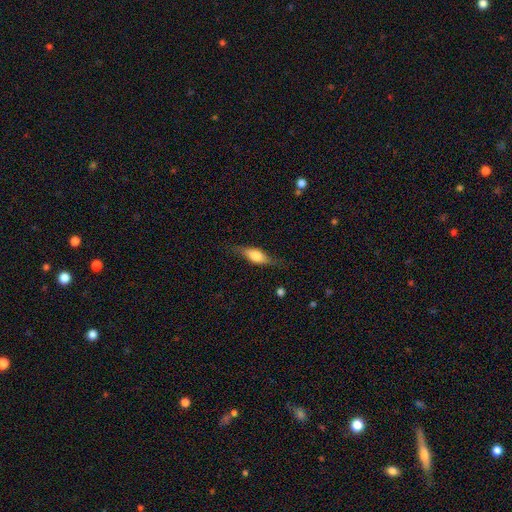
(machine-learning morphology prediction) A smooth galaxy with no disk features (57%) that is in between round and cigar-shaped (61%). Merging: none (72%).